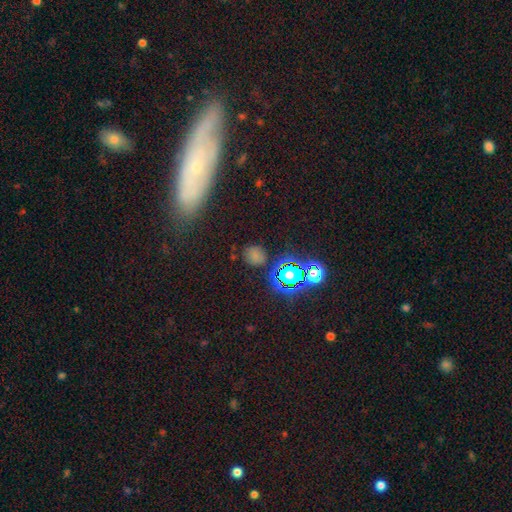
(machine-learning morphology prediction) Smooth or featured? smooth (60%)
How rounded? round (80%)
Merging? none (81%)